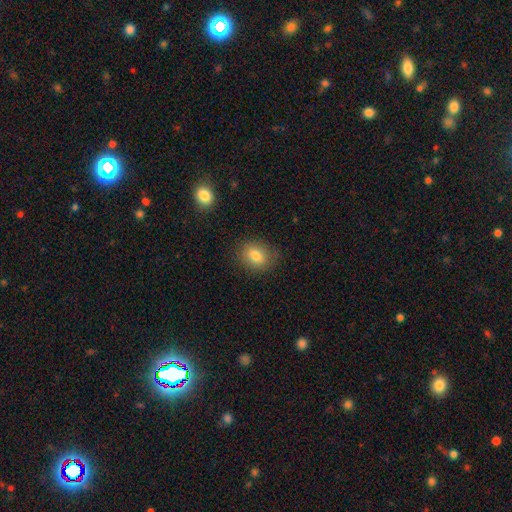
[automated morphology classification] smooth_or_featured: smooth (p=0.81) [alt: star or artifact p=0.10]
how_rounded: round (p=0.51) [alt: in between p=0.48]
merging: none (p=0.82) [alt: minor disturbance p=0.13]